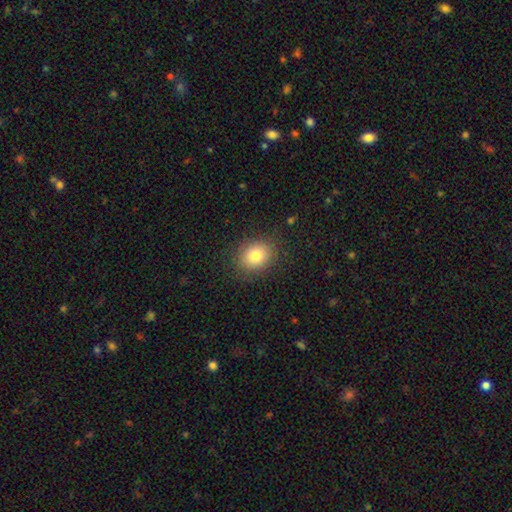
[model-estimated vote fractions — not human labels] This is likely a smooth galaxy (80%). How rounded: possibly round (56%). Merging: clearly none (86%).